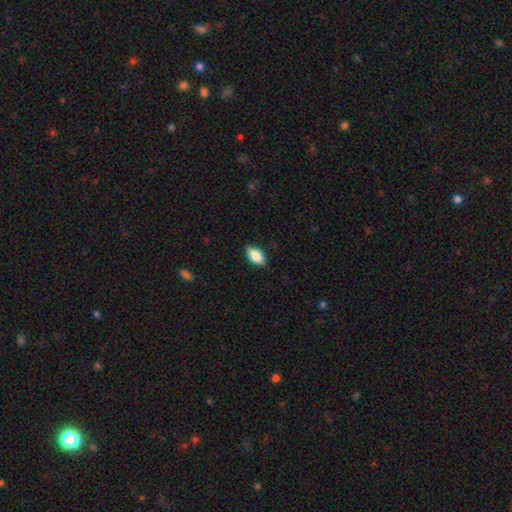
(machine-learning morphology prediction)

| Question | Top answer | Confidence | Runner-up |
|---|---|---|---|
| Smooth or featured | smooth | 83% | featured or disk (10%) |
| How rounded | in between | 91% | cigar-shaped (4%) |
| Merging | none | 85% | minor disturbance (12%) |